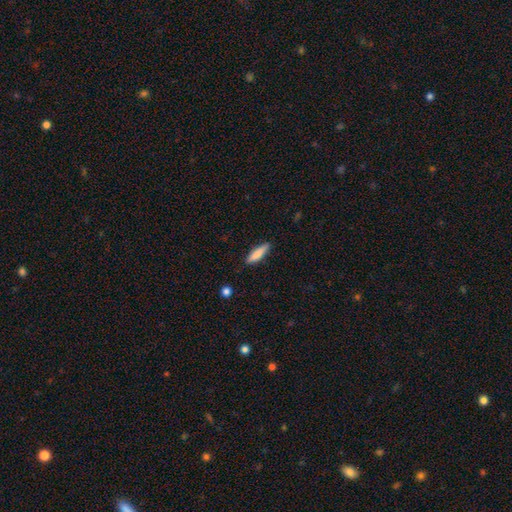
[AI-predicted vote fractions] Q: Smooth or featured?
A: smooth (81%); runner-up: featured or disk (13%)
Q: How rounded?
A: cigar-shaped (72%); runner-up: in between (26%)
Q: Merging?
A: none (85%); runner-up: minor disturbance (11%)